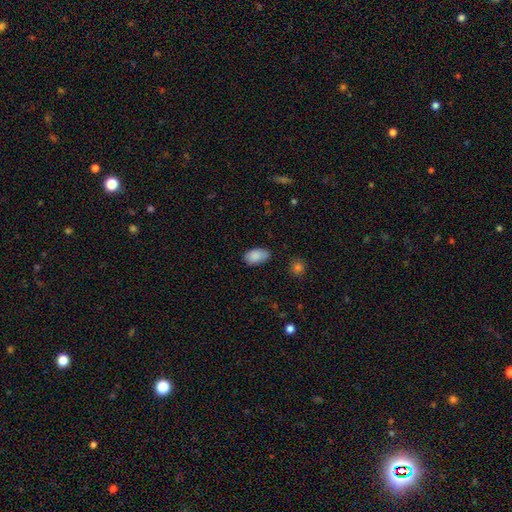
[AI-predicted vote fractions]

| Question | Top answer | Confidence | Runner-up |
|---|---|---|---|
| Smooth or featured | smooth | 88% | star or artifact (7%) |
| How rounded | in between | 93% | round (5%) |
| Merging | none | 73% | minor disturbance (22%) |